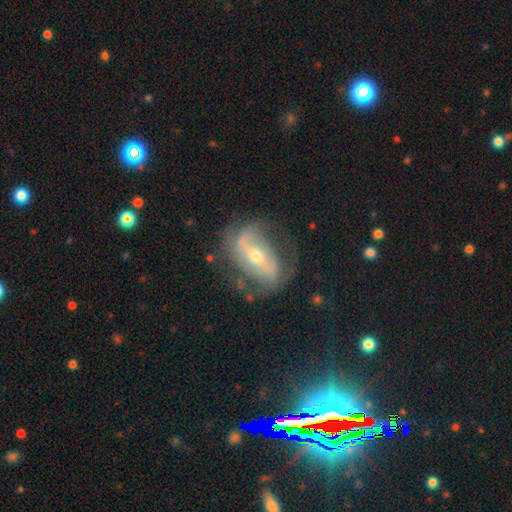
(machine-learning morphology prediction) featured or disk 81%, smooth 12%, star or artifact 7%. Down the decision tree: edge-on disk — no (93%); bar — strong (50%); spiral arms — yes (85%); spiral arm count — 2 (75%); spiral winding — medium (40%); bulge size — moderate (52%); merging — none (61%).